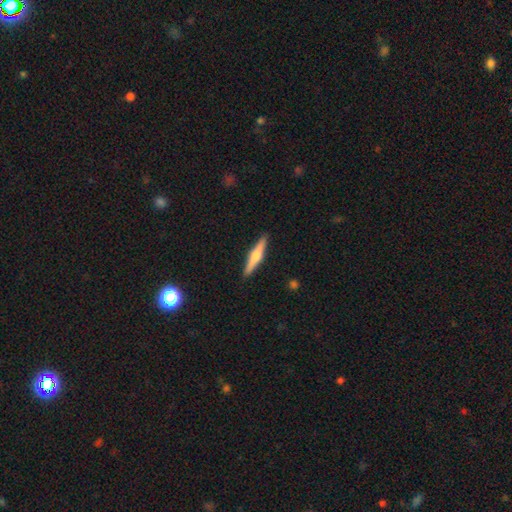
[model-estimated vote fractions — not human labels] Smooth or featured?
  - featured or disk: 58% *
  - smooth: 37%
  - star or artifact: 6%
Edge-on disk?
  - yes: 97% *
  - no: 3%
Edge-on bulge?
  - rounded: 91% *
  - boxy: 5%
  - none: 5%
Merging?
  - none: 91% *
  - minor disturbance: 6%
  - major disturbance: 1%
  - merger: 1%